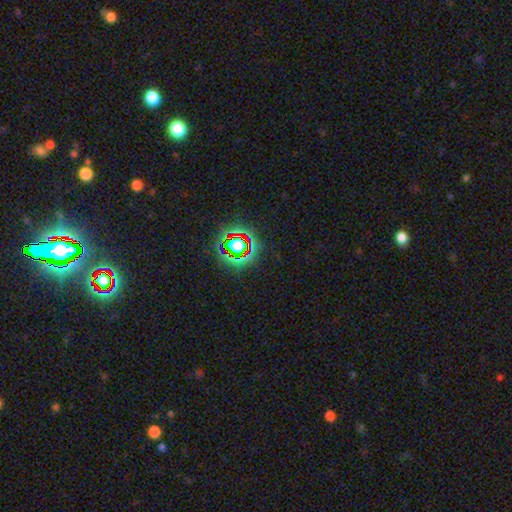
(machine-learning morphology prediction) Smooth or featured?
  - star or artifact: 76% *
  - smooth: 13%
  - featured or disk: 11%